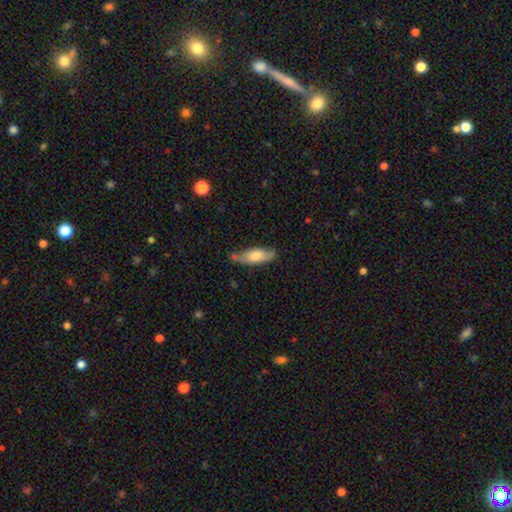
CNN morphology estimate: Smooth or featured? smooth (69%)
How rounded? in between (57%)
Merging? none (68%)